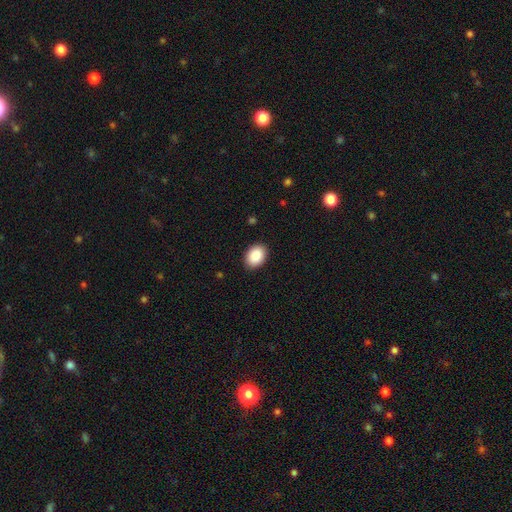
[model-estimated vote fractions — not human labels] Morphology: type=smooth (89%); roundness=in between (78%); merging=none (89%).